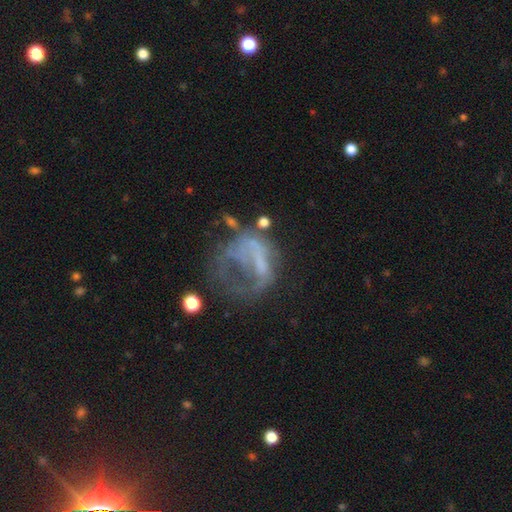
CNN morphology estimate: featured or disk 56%, smooth 26%, star or artifact 18%. Down the decision tree: edge-on disk — no (97%); bar — no (78%); spiral arms — no (83%); bulge size — none (74%); merging — major disturbance (51%).